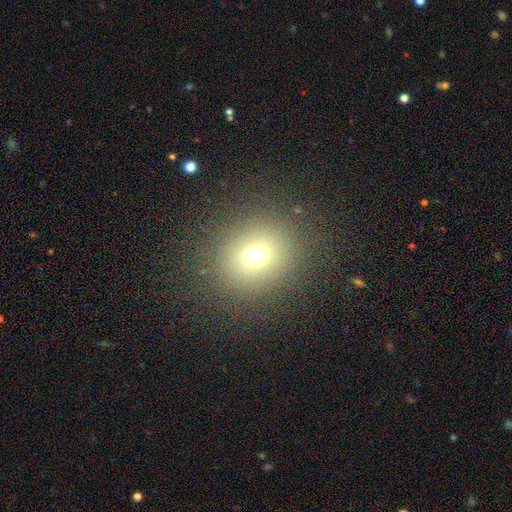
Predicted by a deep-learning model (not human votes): Smooth or featured: smooth — 70% (star or artifact — 19%)
How rounded: round — 79% (in between — 20%)
Merging: none — 87% (minor disturbance — 7%)